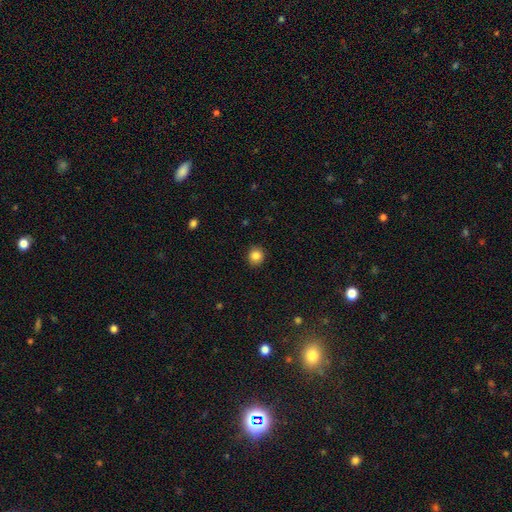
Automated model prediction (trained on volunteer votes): Morphology: type=smooth (84%); roundness=round (91%); merging=none (91%).